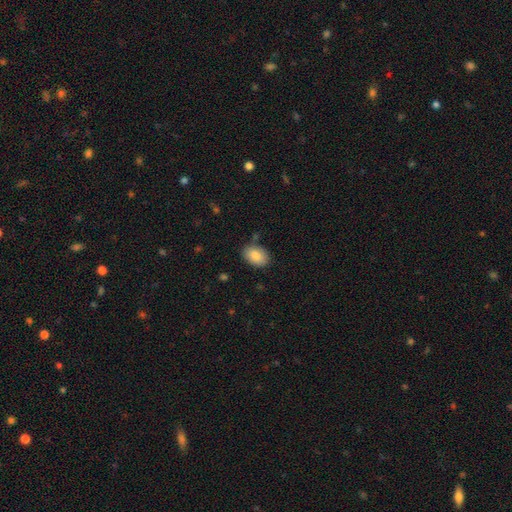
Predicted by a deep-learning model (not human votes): smooth 85%, featured or disk 8%, star or artifact 7%. Down the decision tree: how rounded — in between (86%); merging — none (83%).